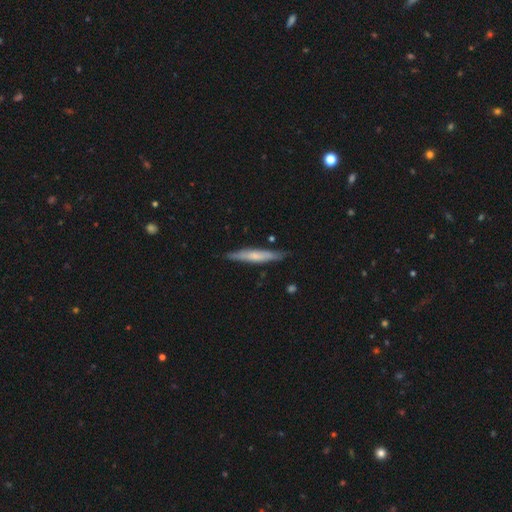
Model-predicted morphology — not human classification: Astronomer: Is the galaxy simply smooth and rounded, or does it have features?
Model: smooth — 52% (runner-up: featured or disk, 42%).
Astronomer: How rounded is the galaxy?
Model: cigar-shaped — 93%.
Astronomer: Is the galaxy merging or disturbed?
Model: none — 84%.